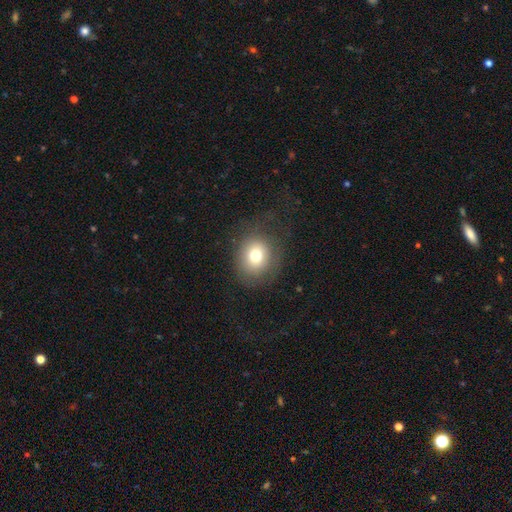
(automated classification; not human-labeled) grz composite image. It shows a smooth galaxy with no disk features (73%) that is round (71%). Merging: none (69%).